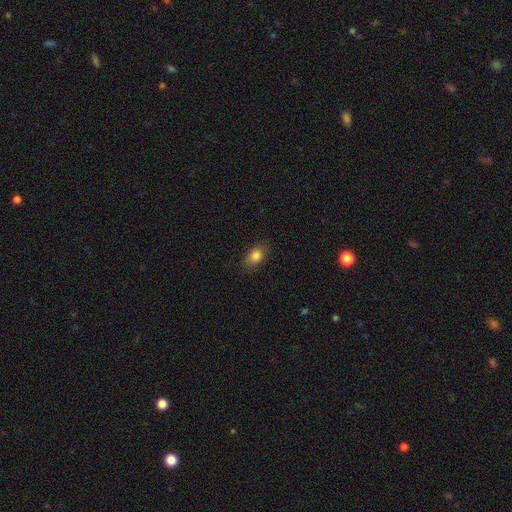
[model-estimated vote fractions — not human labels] Overall: smooth (83%). How rounded: in between (77%). Merging: none (81%).